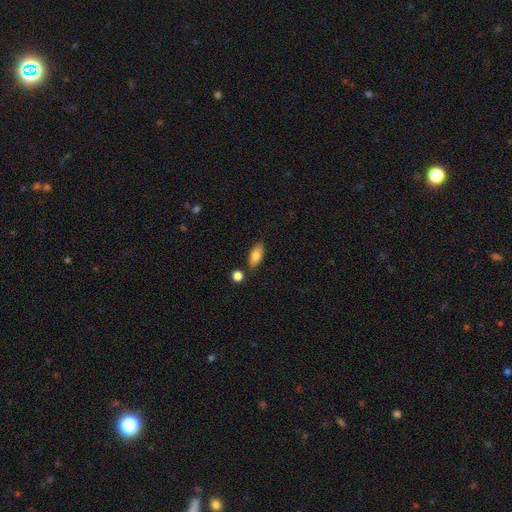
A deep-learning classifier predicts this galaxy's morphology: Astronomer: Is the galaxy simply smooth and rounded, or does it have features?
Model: smooth — 81%.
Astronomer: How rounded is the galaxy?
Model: in between — 84%.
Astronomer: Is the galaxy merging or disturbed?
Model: none — 75%.